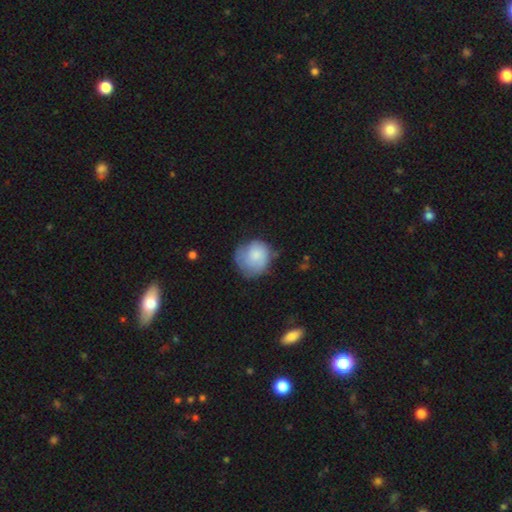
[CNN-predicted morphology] This is likely a smooth galaxy (76%). How rounded: likely round (80%). Merging: possibly none (50%).